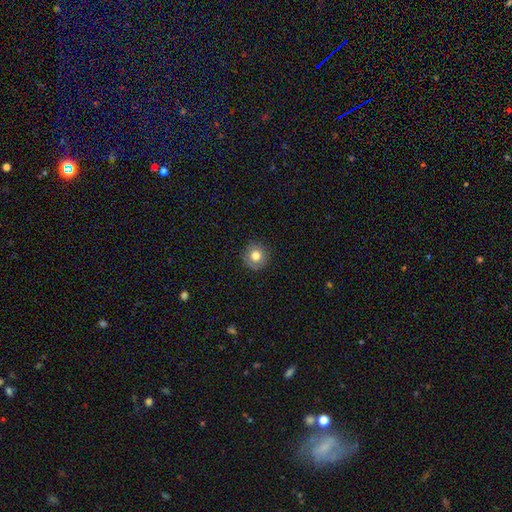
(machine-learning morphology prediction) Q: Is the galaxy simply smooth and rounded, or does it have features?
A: smooth — 78%.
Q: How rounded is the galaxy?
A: round — 93%.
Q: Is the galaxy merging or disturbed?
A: none — 87%.